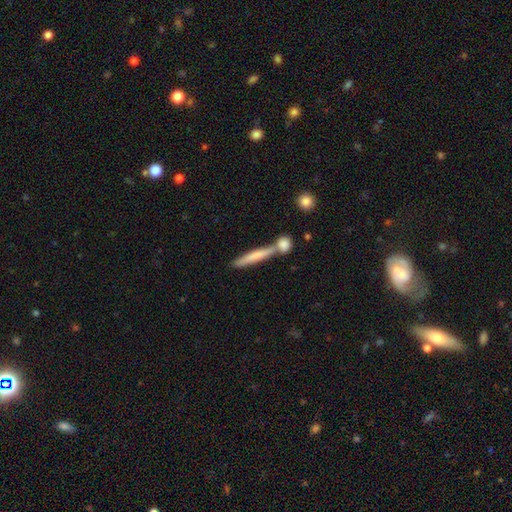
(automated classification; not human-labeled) Overall: smooth (67%; featured or disk 28%). How rounded: cigar-shaped (91%). Merging: none (59%; merger 27%).